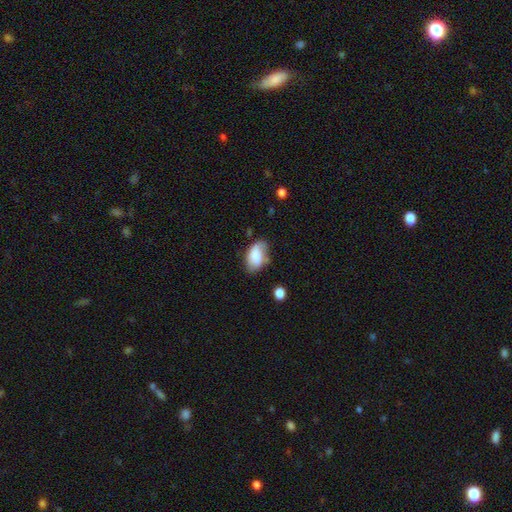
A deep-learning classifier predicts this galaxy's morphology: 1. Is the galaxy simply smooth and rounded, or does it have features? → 74% smooth, 18% featured or disk, 8% star or artifact.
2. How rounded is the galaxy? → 92% in between, 6% round, 2% cigar-shaped.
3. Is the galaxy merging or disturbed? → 47% none, 34% minor disturbance, 14% major disturbance, 6% merger.